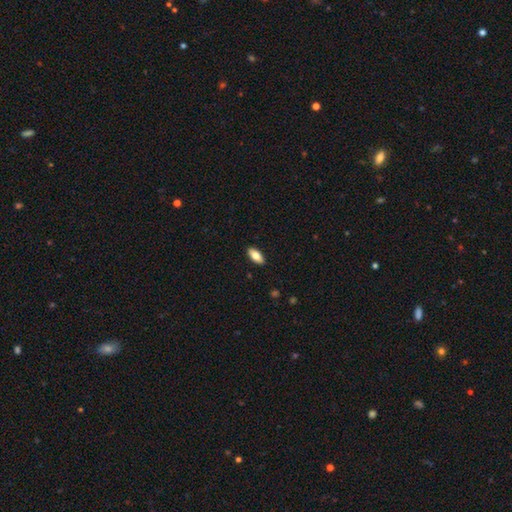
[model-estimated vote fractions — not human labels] Q: Smooth or featured?
A: smooth (77%); runner-up: featured or disk (17%)
Q: How rounded?
A: in between (85%); runner-up: cigar-shaped (13%)
Q: Merging?
A: none (90%); runner-up: minor disturbance (7%)